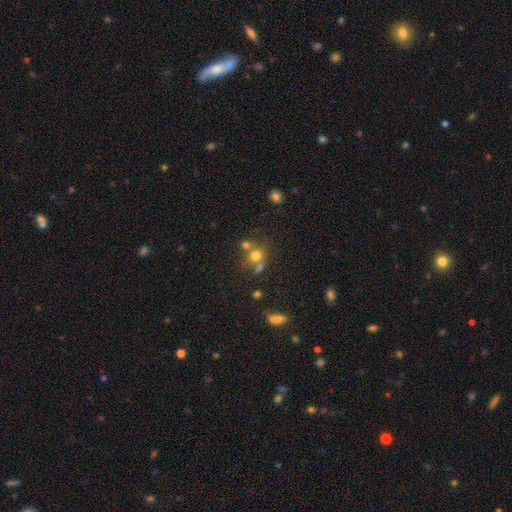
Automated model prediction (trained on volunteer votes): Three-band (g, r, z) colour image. It shows a smooth galaxy with no disk features (67%) that is round (82%). Merging: none (47%).